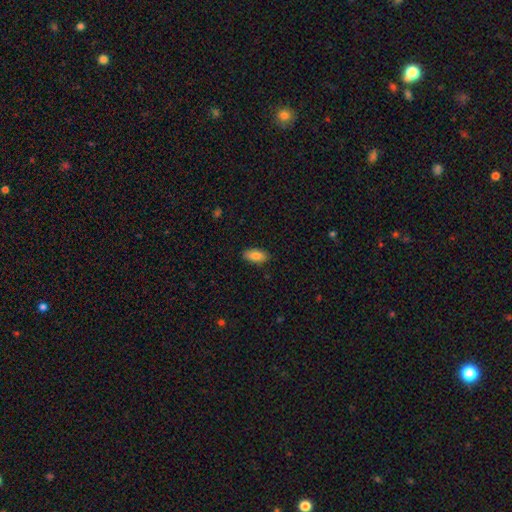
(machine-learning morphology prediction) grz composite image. It shows a smooth galaxy with no disk features (85%) that is in between round and cigar-shaped (91%). Merging: none (88%).